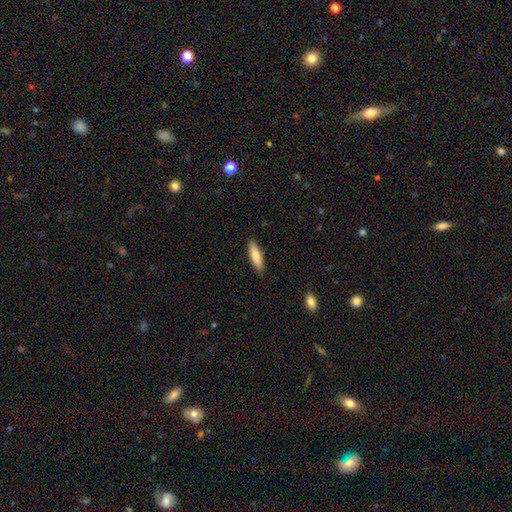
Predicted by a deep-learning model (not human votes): This appears to be a smooth galaxy with no disk features (77%) that is cigar-shaped (62%). Merging: none (88%).